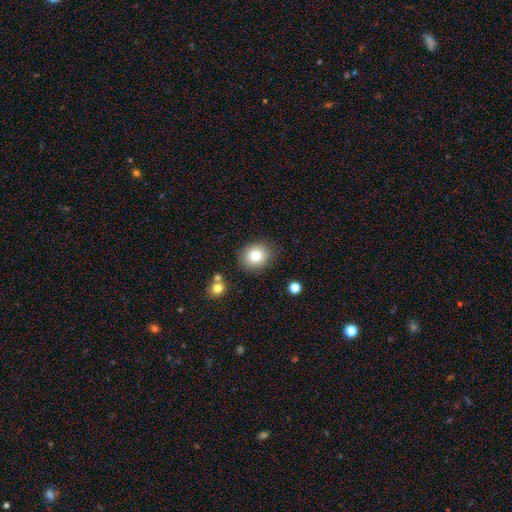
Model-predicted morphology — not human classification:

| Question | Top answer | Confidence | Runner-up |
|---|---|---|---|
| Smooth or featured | smooth | 78% | star or artifact (11%) |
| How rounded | round | 77% | in between (22%) |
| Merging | none | 84% | minor disturbance (10%) |